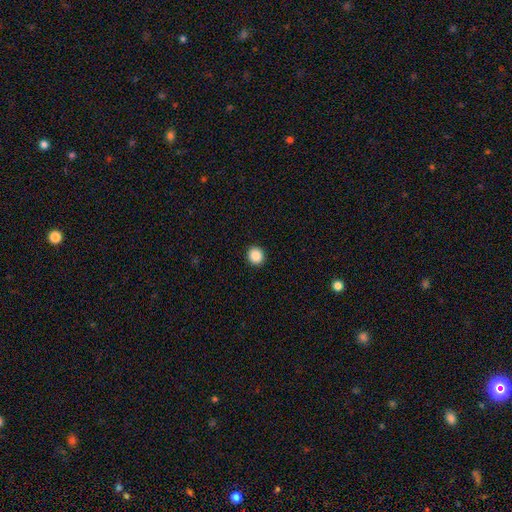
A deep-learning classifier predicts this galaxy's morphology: smooth-or-featured: smooth: 88% | star or artifact: 9% | featured or disk: 3%
  how-rounded: round: 91% | in between: 8% | cigar-shaped: 1%
  merging: none: 93% | minor disturbance: 4% | major disturbance: 2% | merger: 1%